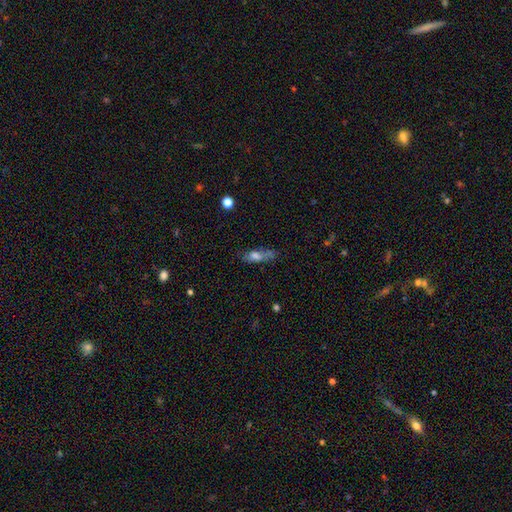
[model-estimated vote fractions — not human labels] This is likely a smooth galaxy (64%). How rounded: possibly in between (54%). Merging: possibly none (56%).